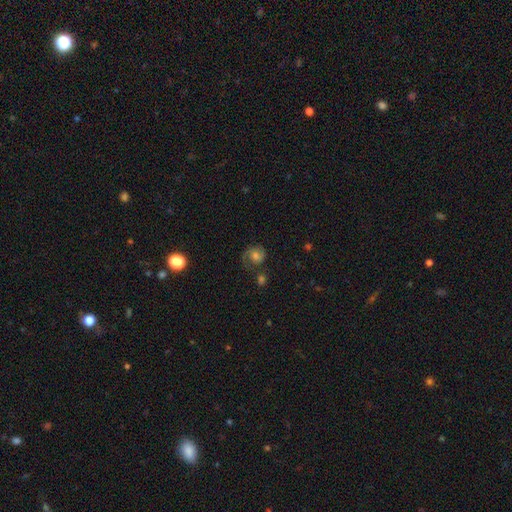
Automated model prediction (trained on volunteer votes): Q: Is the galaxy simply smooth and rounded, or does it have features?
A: featured or disk — 53%.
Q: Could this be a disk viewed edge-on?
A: no — 97%.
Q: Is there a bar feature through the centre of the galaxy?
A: no — 65%.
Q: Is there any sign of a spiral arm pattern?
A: yes — 88%.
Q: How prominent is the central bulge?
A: moderate — 50%.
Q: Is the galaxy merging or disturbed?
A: none — 57%.